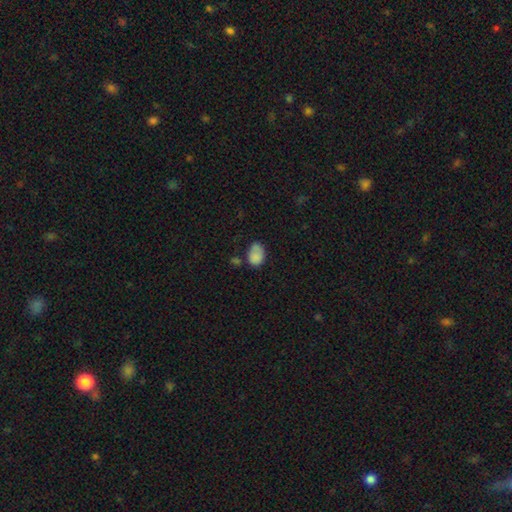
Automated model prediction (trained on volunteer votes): smooth-or-featured: smooth: 82% | star or artifact: 9% | featured or disk: 9%
  how-rounded: in between: 77% | round: 22% | cigar-shaped: 1%
  merging: none: 43% | minor disturbance: 30% | merger: 15% | major disturbance: 12%